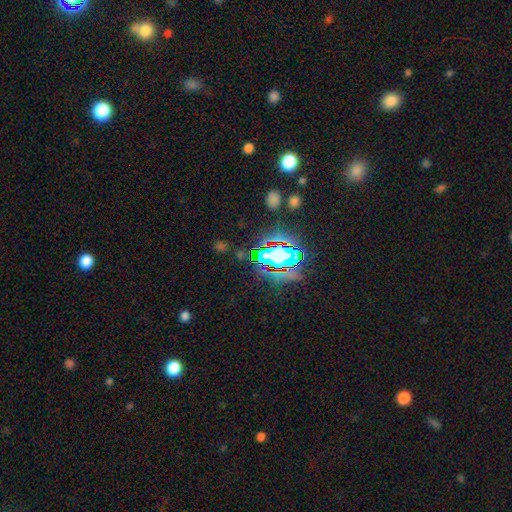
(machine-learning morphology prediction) The model was most divided on "smooth or featured": star or artifact: 72%, smooth: 17%, featured or disk: 11%.